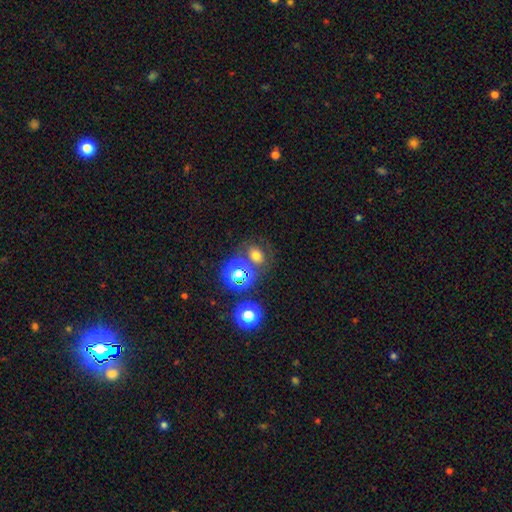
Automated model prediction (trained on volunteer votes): This is likely a smooth galaxy (60%). How rounded: possibly round (59%). Merging: likely none (64%).